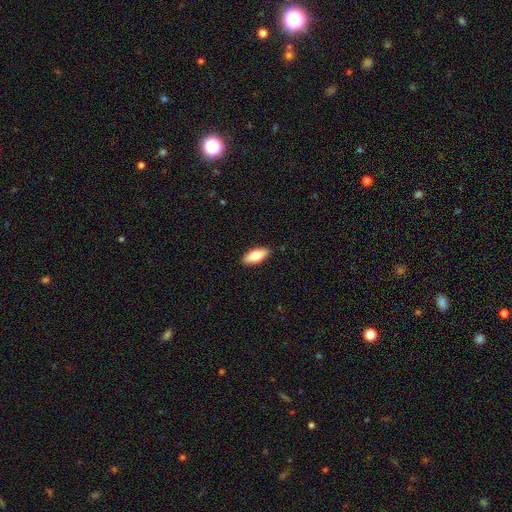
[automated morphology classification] smooth 77%, featured or disk 17%, star or artifact 6%. Down the decision tree: how rounded — in between (79%); merging — none (89%).